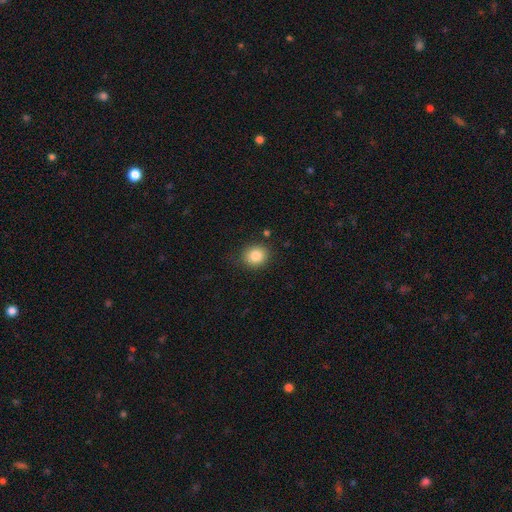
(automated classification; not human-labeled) Morphology: type=smooth (84%); roundness=round (79%); merging=none (86%).